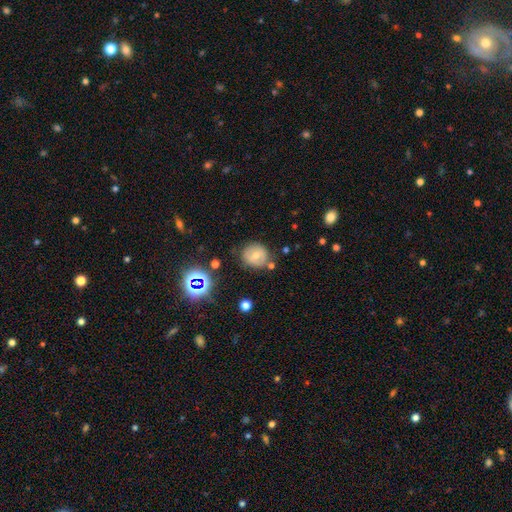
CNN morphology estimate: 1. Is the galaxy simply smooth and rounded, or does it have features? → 57% smooth, 28% featured or disk, 15% star or artifact.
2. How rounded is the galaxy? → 82% round, 17% in between, 1% cigar-shaped.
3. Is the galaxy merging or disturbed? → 74% none, 16% minor disturbance, 5% merger, 4% major disturbance.